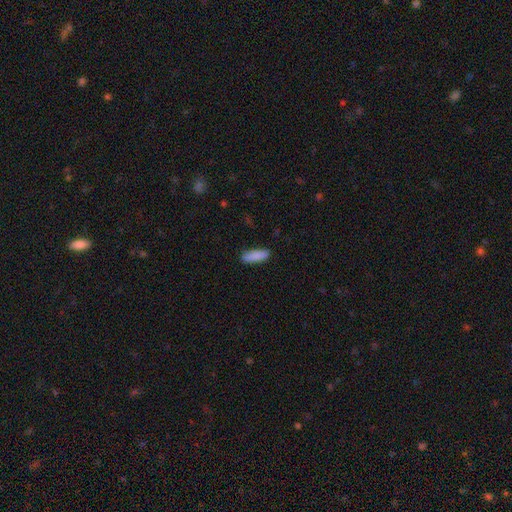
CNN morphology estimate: smooth 89%, star or artifact 6%, featured or disk 5%. Down the decision tree: how rounded — in between (55%); merging — none (88%).